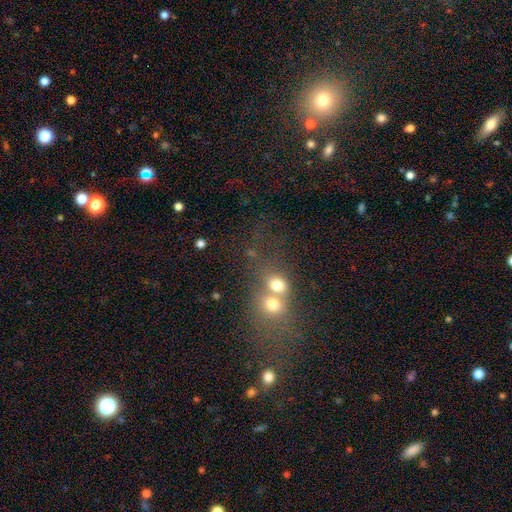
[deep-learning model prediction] smooth_or_featured: smooth (p=0.50) [alt: star or artifact p=0.30]
how_rounded: round (p=0.63) [alt: in between p=0.33]
merging: merger (p=0.57) [alt: none p=0.30]